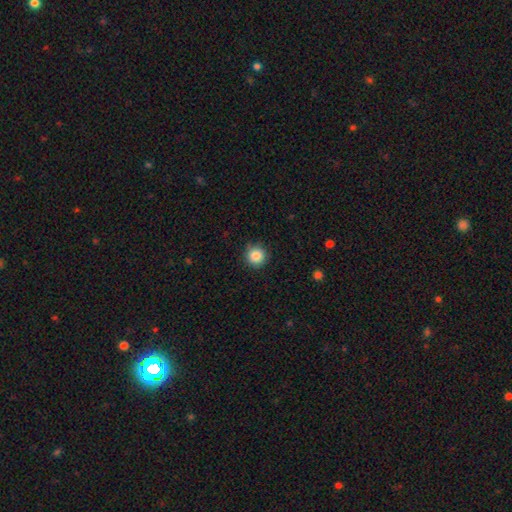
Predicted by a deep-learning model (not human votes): This appears to be a smooth galaxy with no disk features (86%) that is round (95%). Merging: none (87%).